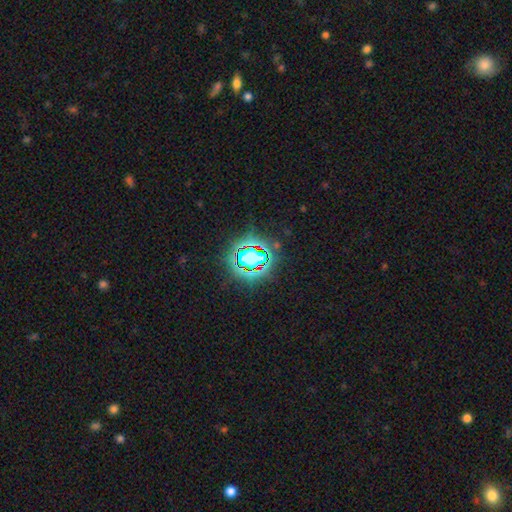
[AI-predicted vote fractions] This appears to be a star or artifact, not a galaxy (77%).